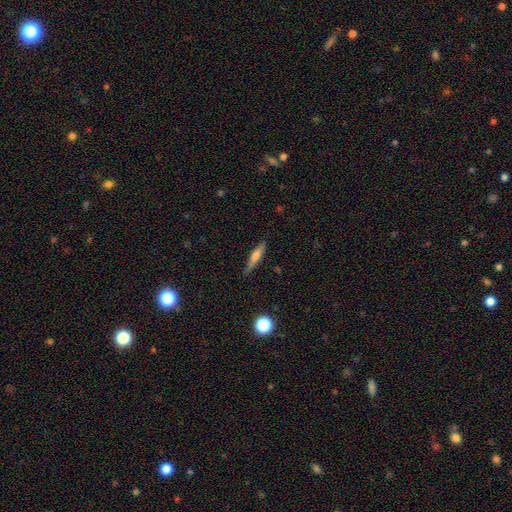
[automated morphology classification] Overall: smooth (47%; featured or disk 46%). Merging: none (85%).